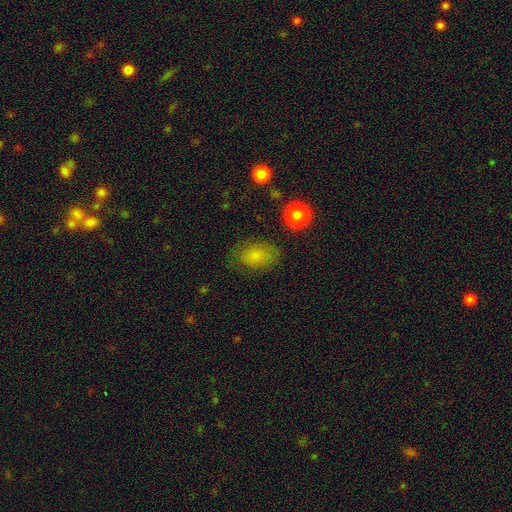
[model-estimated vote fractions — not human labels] Smooth or featured? smooth (79%)
How rounded? in between (81%)
Merging? none (73%)